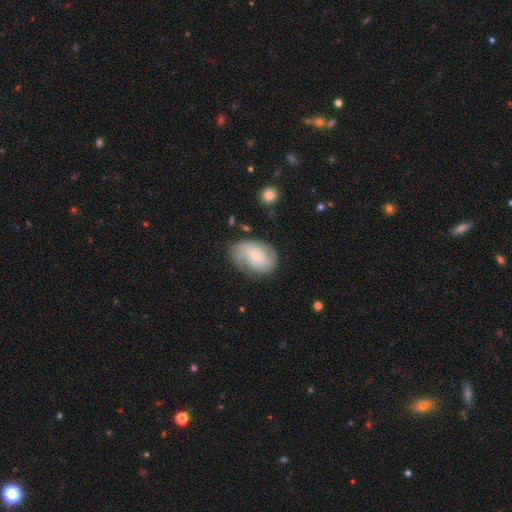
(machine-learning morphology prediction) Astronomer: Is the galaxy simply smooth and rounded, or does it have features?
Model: featured or disk — 74%.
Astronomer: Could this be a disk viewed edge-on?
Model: no — 97%.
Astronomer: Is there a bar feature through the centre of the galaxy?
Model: no — 63%.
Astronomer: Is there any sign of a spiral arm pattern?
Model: yes — 91%.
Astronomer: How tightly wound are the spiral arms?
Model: tight — 49% (runner-up: medium, 37%).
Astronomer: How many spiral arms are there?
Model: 2 — 41% (runner-up: can't tell, 27%).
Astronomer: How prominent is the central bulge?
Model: small — 54% (runner-up: moderate, 42%).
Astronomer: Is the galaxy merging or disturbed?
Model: none — 72%.